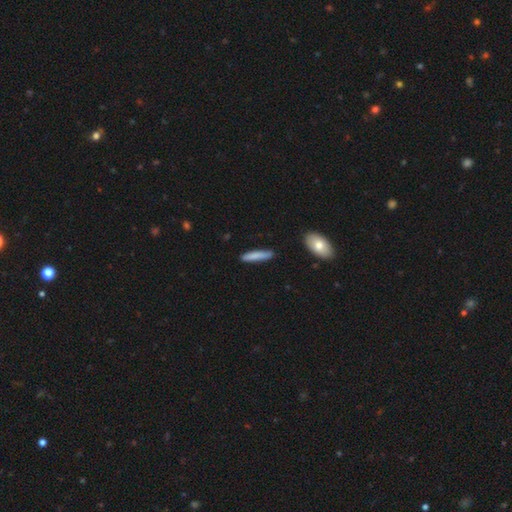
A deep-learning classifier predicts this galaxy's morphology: The model was most divided on "smooth or featured": smooth: 81%, featured or disk: 14%, star or artifact: 5%. More confident: how rounded — cigar-shaped (89%); merging — none (87%).